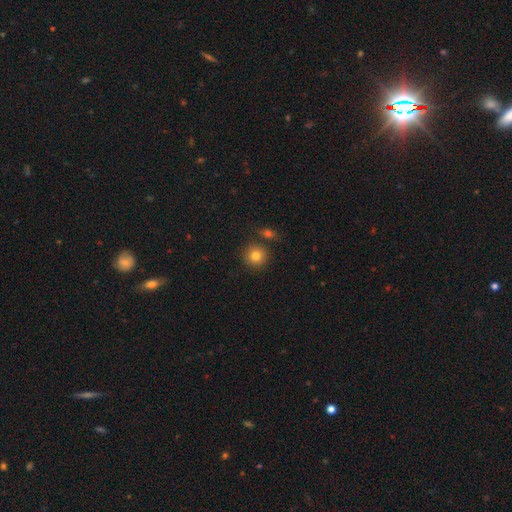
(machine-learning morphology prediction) This is clearly a smooth galaxy (81%). How rounded: clearly round (92%). Merging: clearly none (81%).